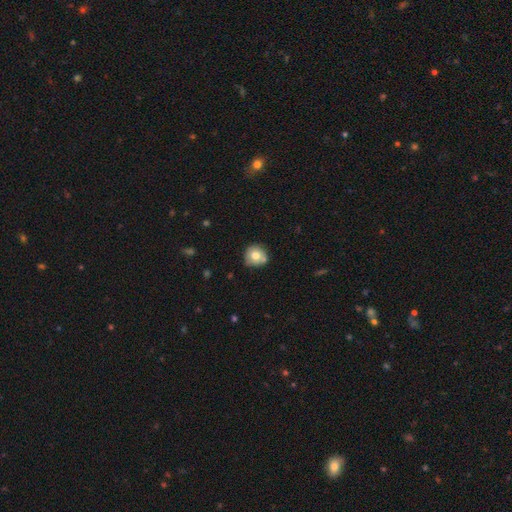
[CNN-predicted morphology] Q: Smooth or featured?
A: smooth (74%); runner-up: featured or disk (17%)
Q: How rounded?
A: round (91%); runner-up: in between (8%)
Q: Merging?
A: none (68%); runner-up: minor disturbance (18%)